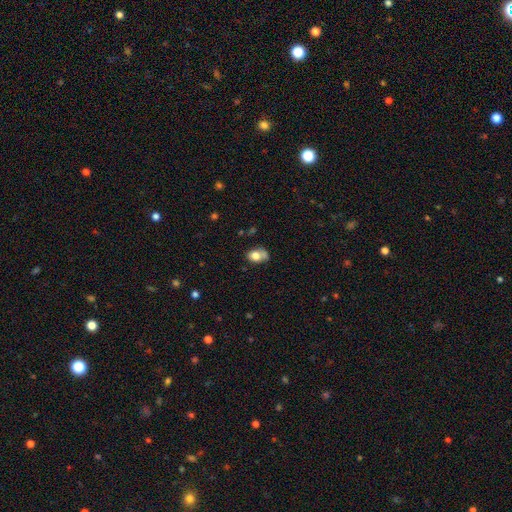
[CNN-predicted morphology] Smooth or featured? smooth (75%)
How rounded? in between (64%)
Merging? none (43%)